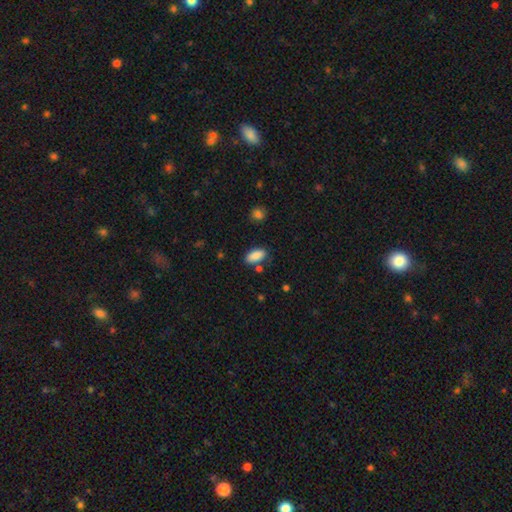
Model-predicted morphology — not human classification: Smooth or featured? smooth (88%)
How rounded? in between (88%)
Merging? none (78%)